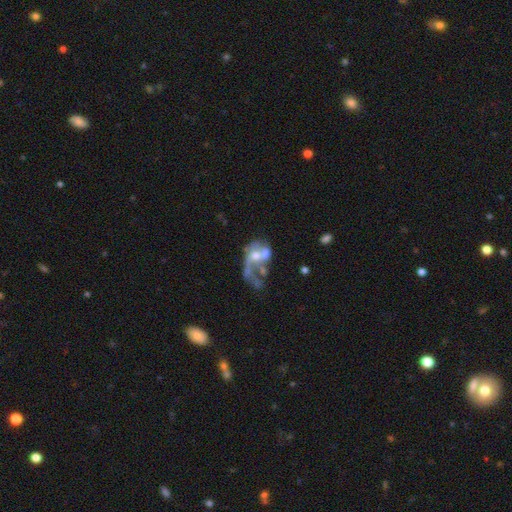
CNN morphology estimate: smooth-or-featured: featured or disk: 65% | smooth: 25% | star or artifact: 10%
  disk-edge-on: no: 97% | yes: 3%
    bar: no: 79% | weak: 17% | strong: 4%
    has-spiral-arms: no: 63% | yes: 37%
    bulge-size: moderate: 52% | small: 22% | none: 15% | large: 9% | dominant: 2%
  merging: merger: 41% | major disturbance: 35% | none: 14% | minor disturbance: 9%